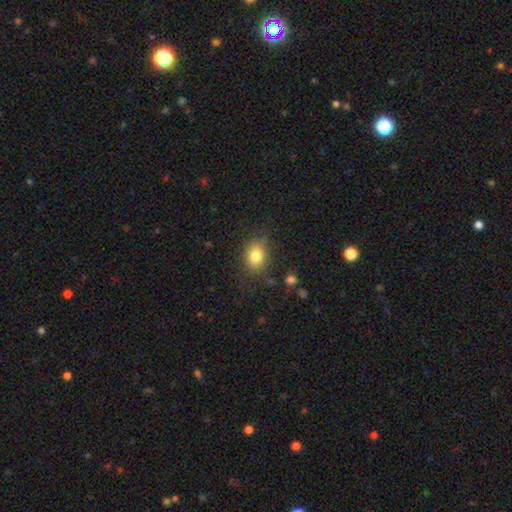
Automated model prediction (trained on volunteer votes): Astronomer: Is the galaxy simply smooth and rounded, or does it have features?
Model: smooth — 82%.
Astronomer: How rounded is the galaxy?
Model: in between — 59% (runner-up: round, 40%).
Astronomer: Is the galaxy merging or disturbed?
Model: none — 77%.